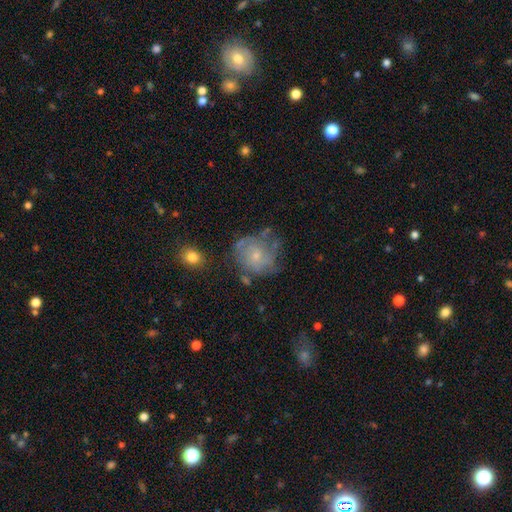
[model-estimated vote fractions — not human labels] smooth_or_featured: featured or disk (p=0.58) [alt: smooth p=0.32]
disk_edge_on: no (p=0.98) [alt: yes p=0.02]
bar: no (p=0.82) [alt: weak p=0.16]
has_spiral_arms: yes (p=0.71) [alt: no p=0.29]
bulge_size: small (p=0.72) [alt: moderate p=0.22]
merging: none (p=0.52) [alt: minor disturbance p=0.26]